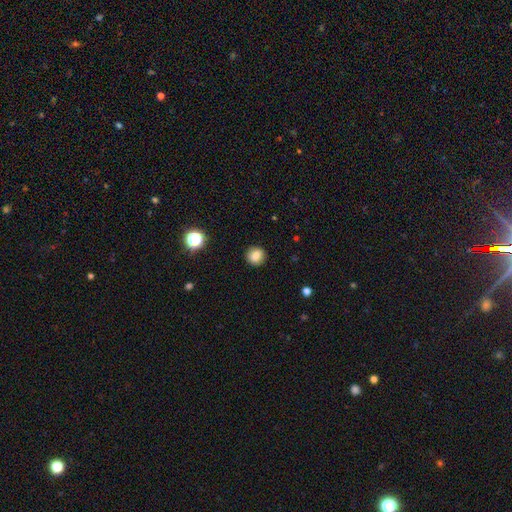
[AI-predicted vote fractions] This appears to be a smooth galaxy with no disk features (82%) that is round (88%). Merging: none (91%).